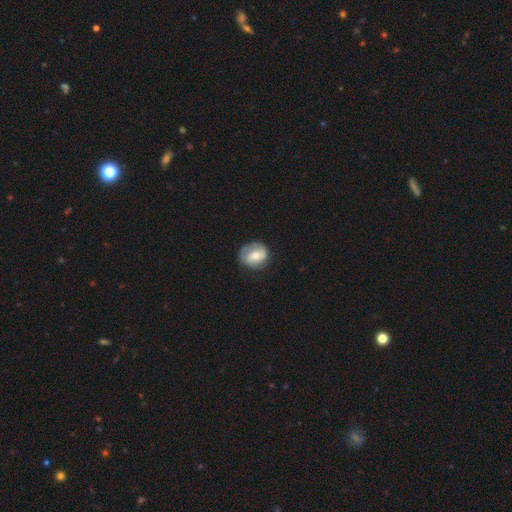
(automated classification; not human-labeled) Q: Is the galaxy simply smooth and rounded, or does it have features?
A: featured or disk — 49%.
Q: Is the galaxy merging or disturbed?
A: none — 74%.